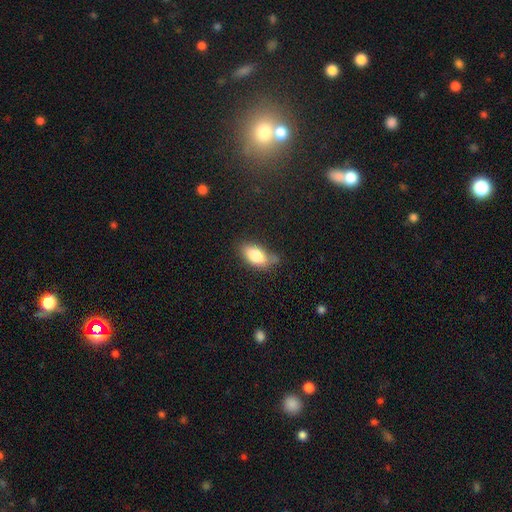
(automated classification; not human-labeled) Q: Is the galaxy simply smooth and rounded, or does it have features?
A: smooth — 83%.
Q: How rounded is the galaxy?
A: in between — 90%.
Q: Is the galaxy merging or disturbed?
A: none — 60%.